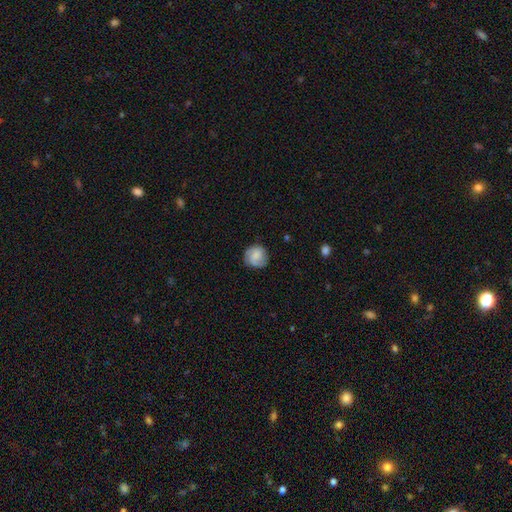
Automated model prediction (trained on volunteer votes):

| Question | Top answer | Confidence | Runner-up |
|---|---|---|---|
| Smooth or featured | smooth | 55% | featured or disk (37%) |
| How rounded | round | 86% | in between (13%) |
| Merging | none | 77% | minor disturbance (17%) |